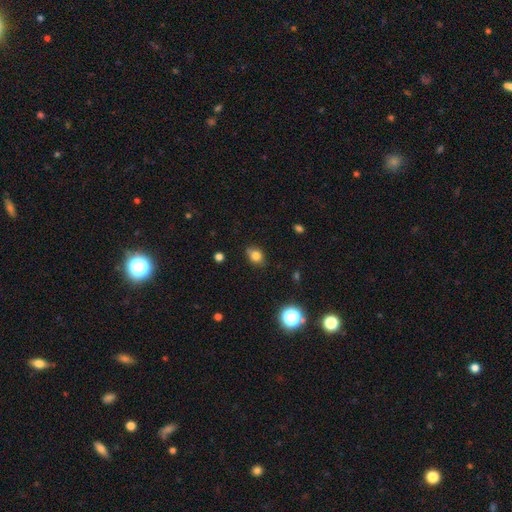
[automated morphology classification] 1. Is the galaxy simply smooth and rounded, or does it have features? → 80% smooth, 12% star or artifact, 8% featured or disk.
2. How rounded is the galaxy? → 65% in between, 34% round, 2% cigar-shaped.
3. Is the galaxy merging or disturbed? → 80% none, 16% minor disturbance, 3% major disturbance, 1% merger.